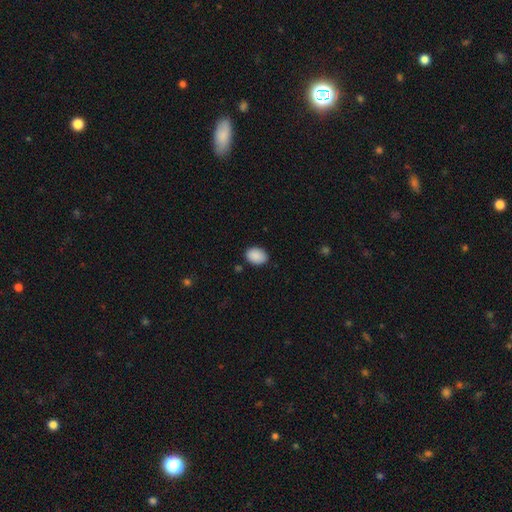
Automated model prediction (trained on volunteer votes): This is clearly a smooth galaxy (90%). How rounded: likely in between (73%). Merging: clearly none (85%).